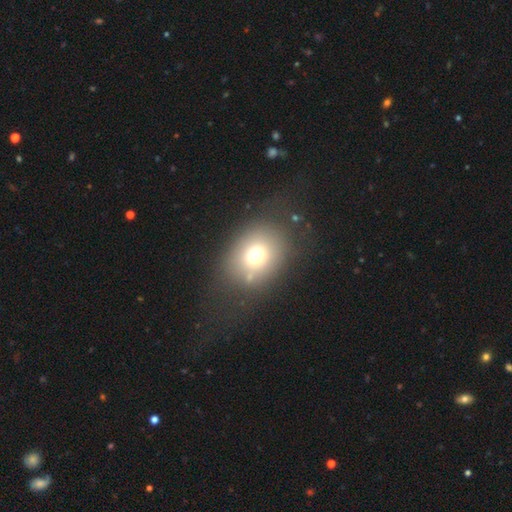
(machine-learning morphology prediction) Smooth or featured?
  - smooth: 69% *
  - star or artifact: 16%
  - featured or disk: 15%
How rounded?
  - round: 54% *
  - in between: 45%
  - cigar-shaped: 1%
Merging?
  - none: 73% *
  - minor disturbance: 14%
  - major disturbance: 10%
  - merger: 3%